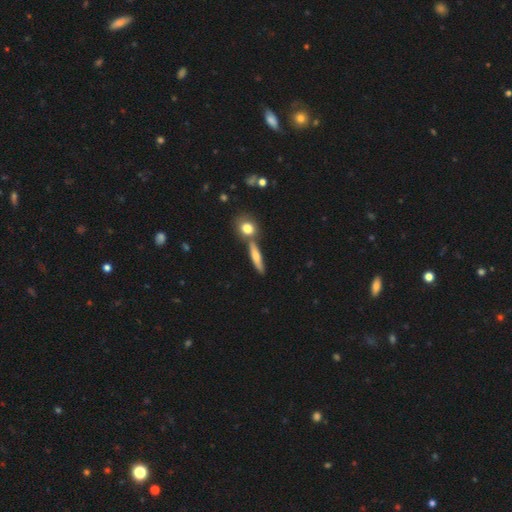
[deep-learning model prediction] Morphology: type=smooth (58%); roundness=cigar-shaped (70%); merging=none (66%).